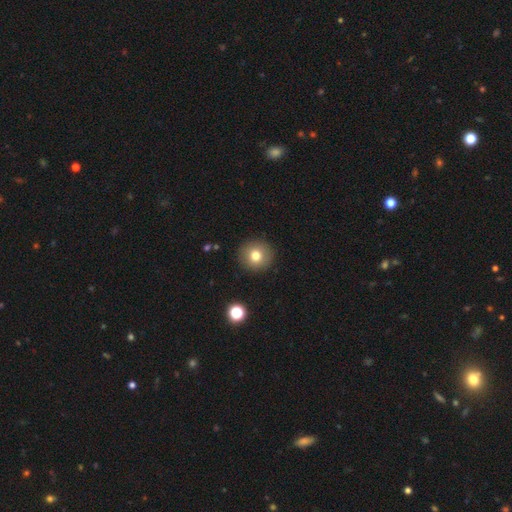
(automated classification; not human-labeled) Overall: smooth (77%). How rounded: round (94%). Merging: none (91%).